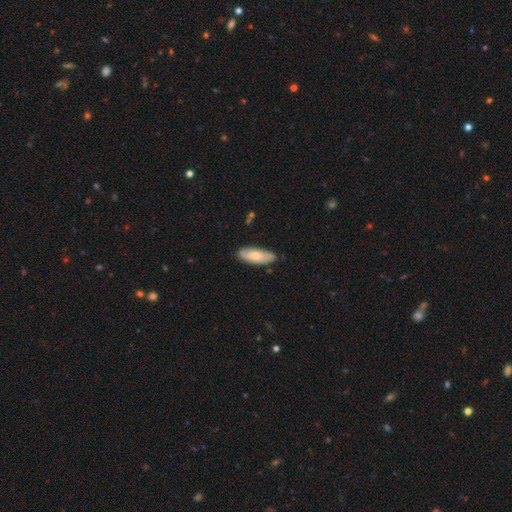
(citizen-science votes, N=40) Q: Smooth or featured?
A: smooth (57%); runner-up: featured or disk (40%)
Q: How rounded?
A: in between (83%); runner-up: cigar-shaped (17%)
Q: Merging?
A: none (69%); runner-up: minor disturbance (31%)